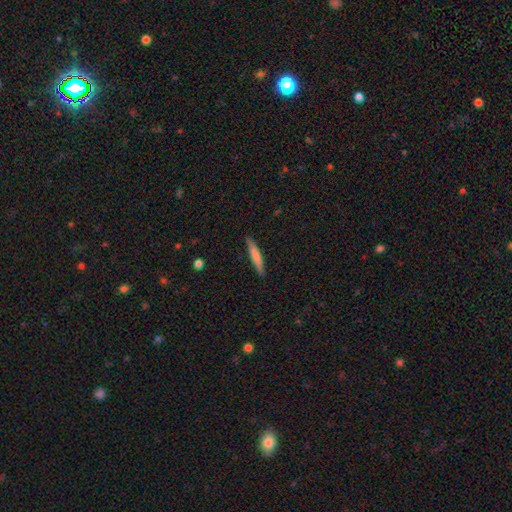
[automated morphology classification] This is likely a smooth galaxy (71%). How rounded: clearly cigar-shaped (93%). Merging: clearly none (88%).